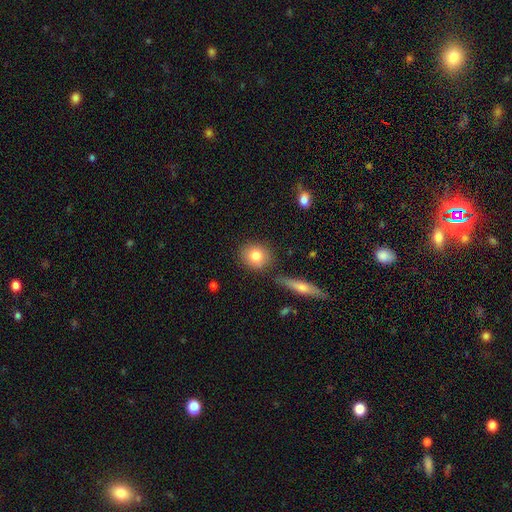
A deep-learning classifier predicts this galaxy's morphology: Overall: smooth (79%). How rounded: round (77%). Merging: none (82%).